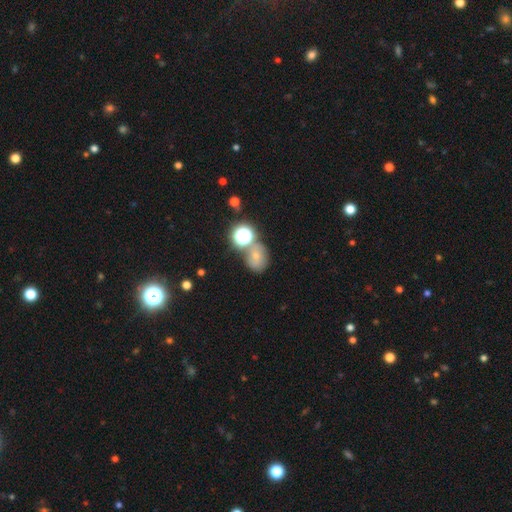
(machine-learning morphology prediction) This is possibly a smooth galaxy (54%). How rounded: possibly round (59%). Merging: possibly none (51%).